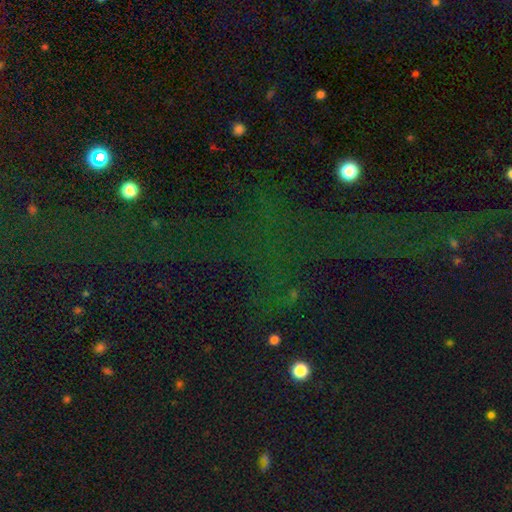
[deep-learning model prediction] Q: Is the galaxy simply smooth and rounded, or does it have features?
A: star or artifact — 64%.